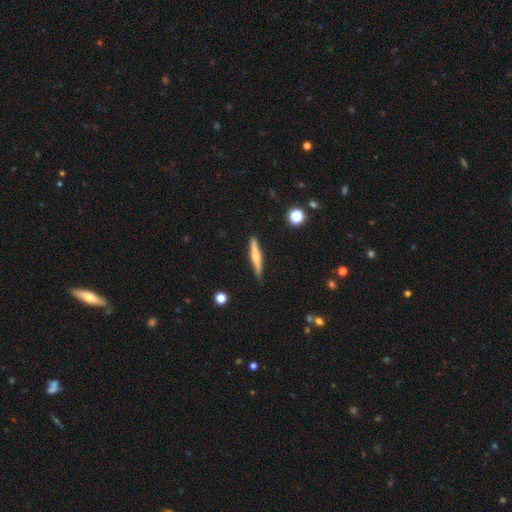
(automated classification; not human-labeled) The model was most divided on "smooth or featured": featured or disk: 50%, smooth: 44%, star or artifact: 6%. More confident: merging — none (87%).